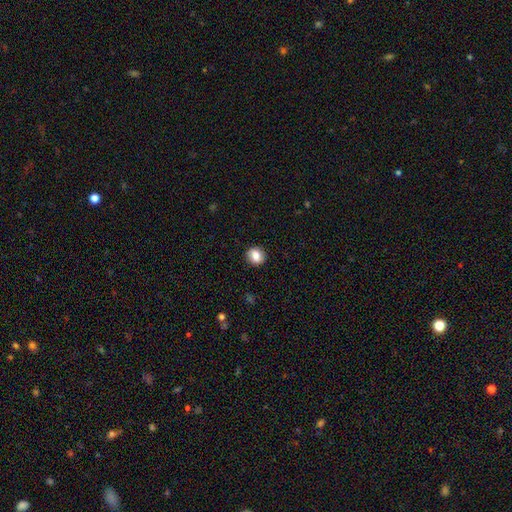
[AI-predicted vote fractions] smooth_or_featured: smooth (p=0.76) [alt: featured or disk p=0.15]
how_rounded: round (p=0.74) [alt: in between p=0.25]
merging: none (p=0.88) [alt: minor disturbance p=0.09]